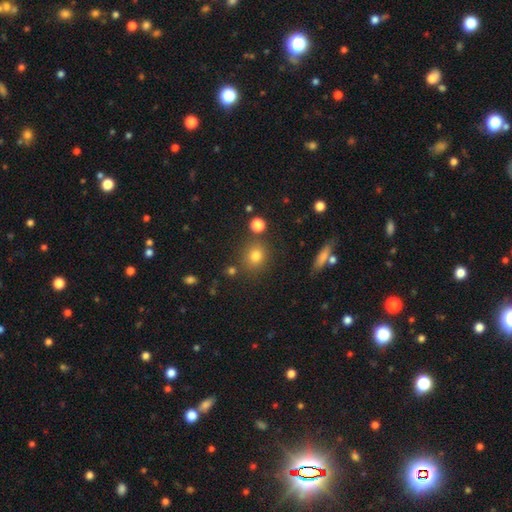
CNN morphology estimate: Smooth or featured: smooth — 78% (star or artifact — 14%)
How rounded: round — 80% (in between — 18%)
Merging: none — 79% (minor disturbance — 10%)